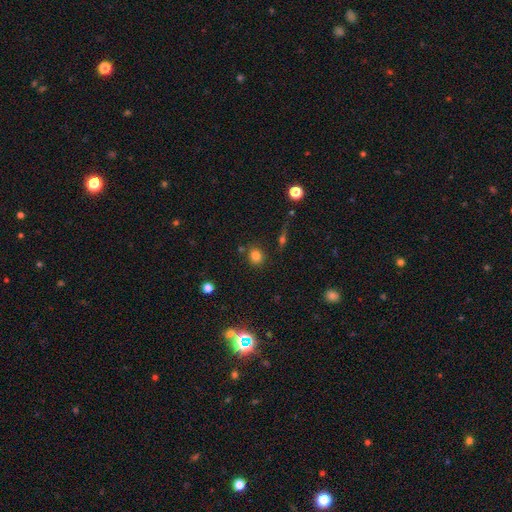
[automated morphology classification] Smooth or featured: smooth — 81% (star or artifact — 13%)
How rounded: round — 81% (in between — 18%)
Merging: none — 82% (minor disturbance — 9%)